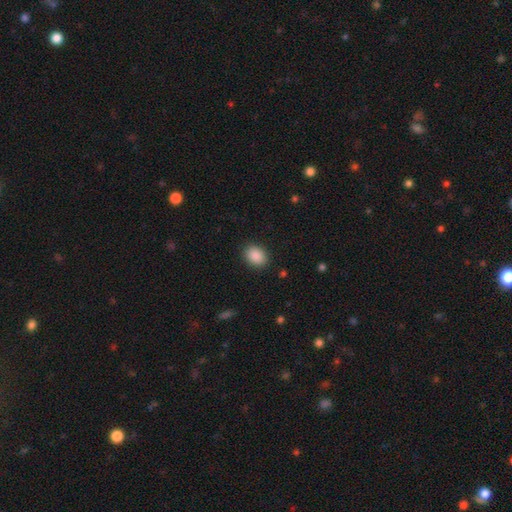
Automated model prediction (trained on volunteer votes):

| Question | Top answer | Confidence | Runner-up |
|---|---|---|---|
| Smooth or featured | smooth | 89% | star or artifact (8%) |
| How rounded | in between | 66% | round (33%) |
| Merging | none | 88% | minor disturbance (8%) |